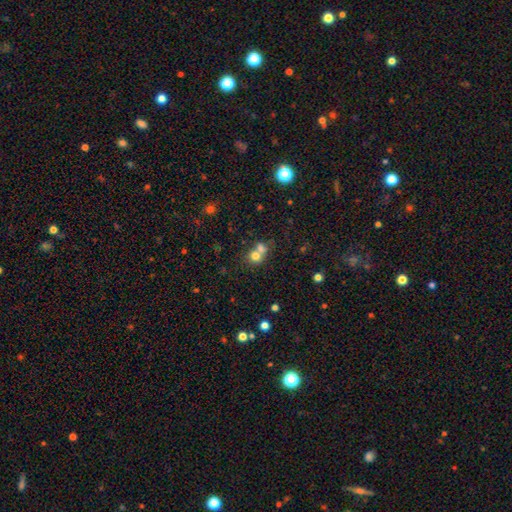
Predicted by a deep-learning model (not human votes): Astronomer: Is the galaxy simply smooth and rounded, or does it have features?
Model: smooth — 72%.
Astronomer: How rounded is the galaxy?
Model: round — 75%.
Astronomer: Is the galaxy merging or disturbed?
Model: merger — 57% (runner-up: none, 33%).